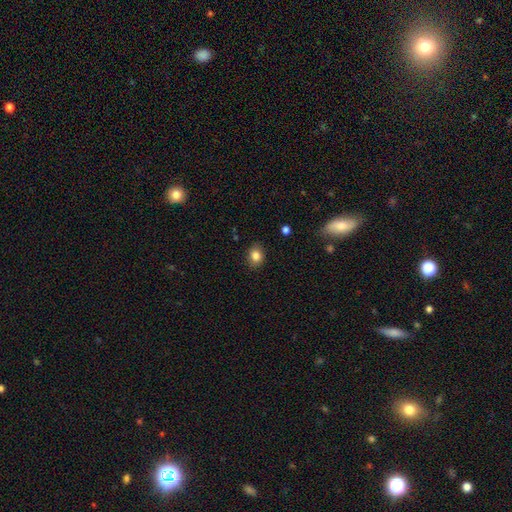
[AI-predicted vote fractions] Morphology: type=smooth (84%); roundness=in between (50%); merging=none (86%).